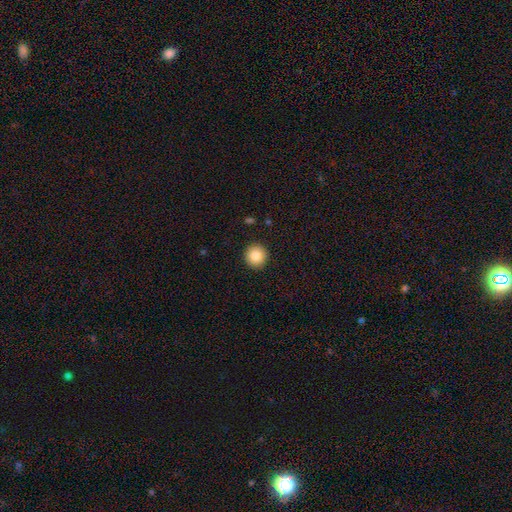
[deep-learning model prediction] The model was most divided on "smooth or featured": smooth: 84%, star or artifact: 9%, featured or disk: 7%. More confident: how rounded — round (94%); merging — none (92%).